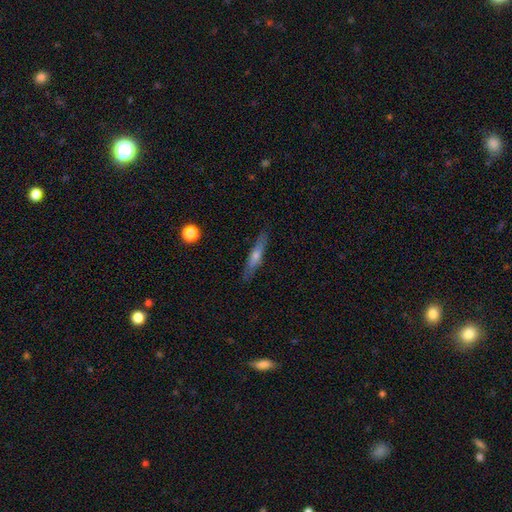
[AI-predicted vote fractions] smooth_or_featured: featured or disk (p=0.53) [alt: smooth p=0.40]
disk_edge_on: yes (p=0.90) [alt: no p=0.10]
merging: none (p=0.88) [alt: minor disturbance p=0.09]